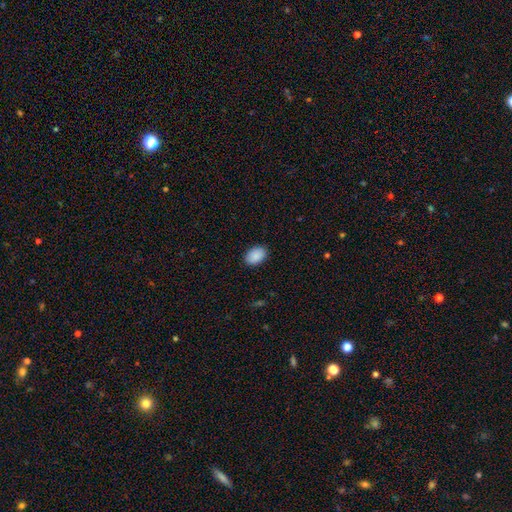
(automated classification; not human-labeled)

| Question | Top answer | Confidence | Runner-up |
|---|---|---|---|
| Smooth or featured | smooth | 90% | star or artifact (7%) |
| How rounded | in between | 84% | round (15%) |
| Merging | none | 88% | minor disturbance (9%) |